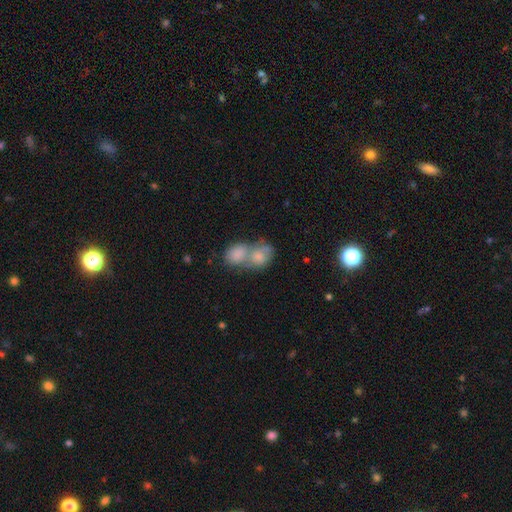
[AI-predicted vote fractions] Smooth or featured: smooth — 70% (featured or disk — 18%)
How rounded: round — 50% (in between — 48%)
Merging: merger — 68% (none — 21%)